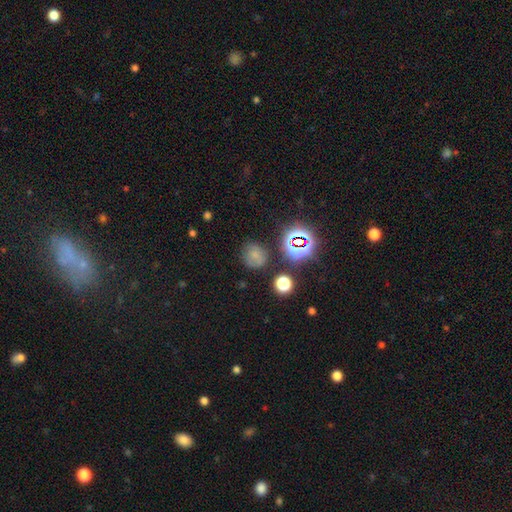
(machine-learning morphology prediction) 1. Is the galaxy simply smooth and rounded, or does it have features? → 62% smooth, 24% star or artifact, 13% featured or disk.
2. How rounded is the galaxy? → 79% round, 20% in between, 1% cigar-shaped.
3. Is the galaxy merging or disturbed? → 69% none, 18% minor disturbance, 7% major disturbance, 5% merger.